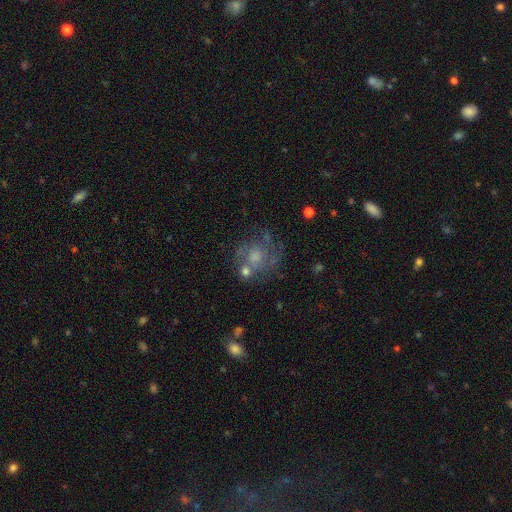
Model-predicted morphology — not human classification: Smooth or featured? featured or disk (53%)
Edge-on disk? no (98%)
Bar? no (82%)
Spiral arms? yes (61%)
Bulge size? moderate (46%)
Merging? none (55%)